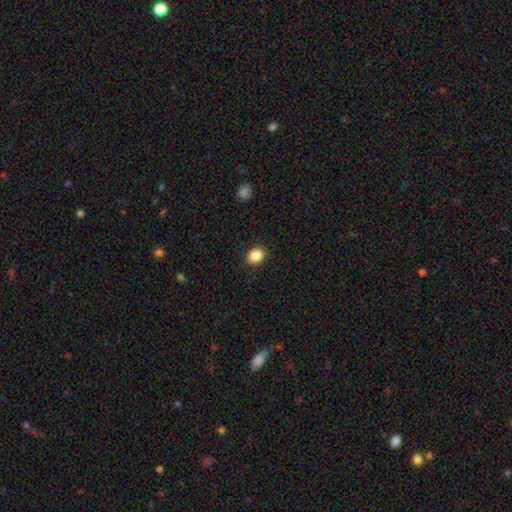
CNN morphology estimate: Q: Smooth or featured?
A: smooth (87%); runner-up: star or artifact (9%)
Q: How rounded?
A: in between (60%); runner-up: round (39%)
Q: Merging?
A: none (89%); runner-up: minor disturbance (7%)